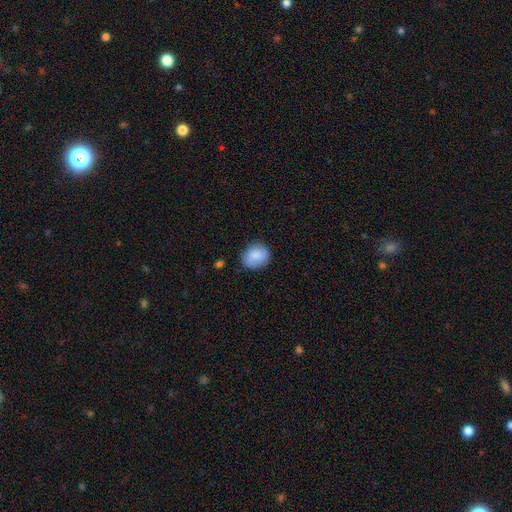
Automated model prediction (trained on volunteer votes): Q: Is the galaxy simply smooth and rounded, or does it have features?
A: smooth — 85%.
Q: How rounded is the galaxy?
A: round — 56%.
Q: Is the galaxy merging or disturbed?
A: none — 78%.